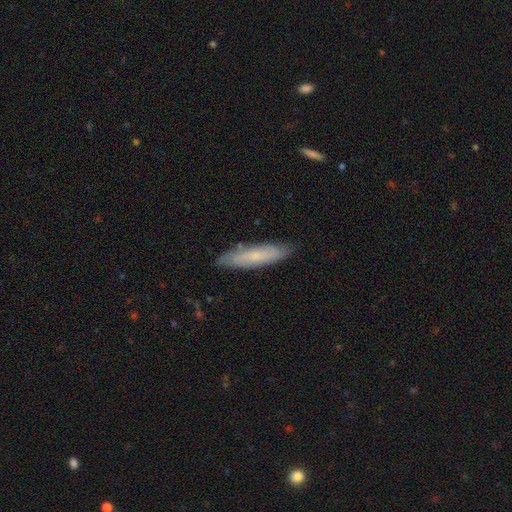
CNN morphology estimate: Smooth or featured: smooth — 62% (featured or disk — 32%)
How rounded: cigar-shaped — 78% (in between — 20%)
Merging: none — 84% (minor disturbance — 13%)